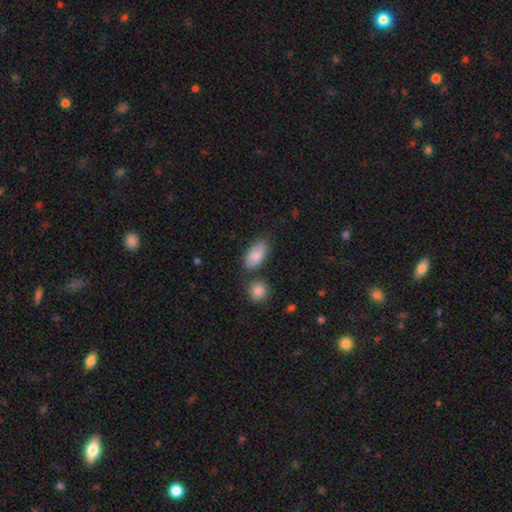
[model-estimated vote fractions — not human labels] This is clearly a smooth galaxy (84%). How rounded: clearly in between (92%). Merging: likely none (68%).